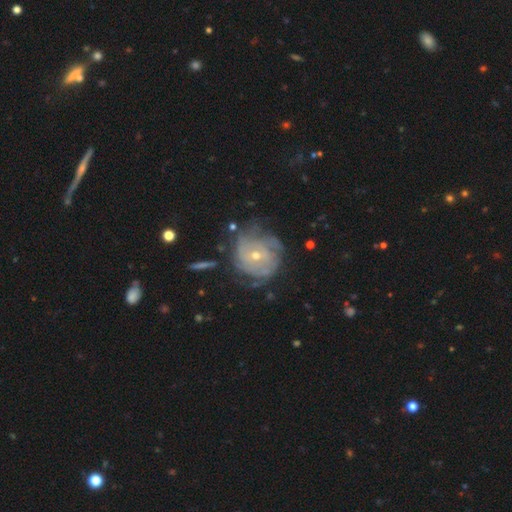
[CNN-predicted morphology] Overall: featured or disk (79%). Edge-on disk: no (97%). Bar: no (73%). Spiral arms: yes (87%). Spiral arm count: can't tell (49%; 3 14%). Spiral winding: tight (69%). Bulge size: small (56%; moderate 41%). Merging: none (62%; minor disturbance 23%).